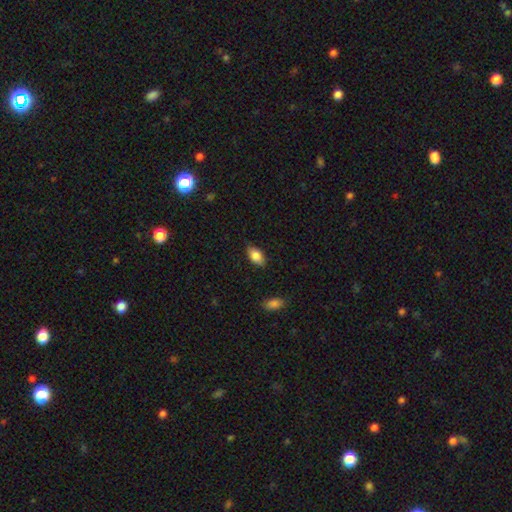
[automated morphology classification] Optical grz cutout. It shows a smooth galaxy with no disk features (85%) that is in between round and cigar-shaped (92%). Merging: none (83%).